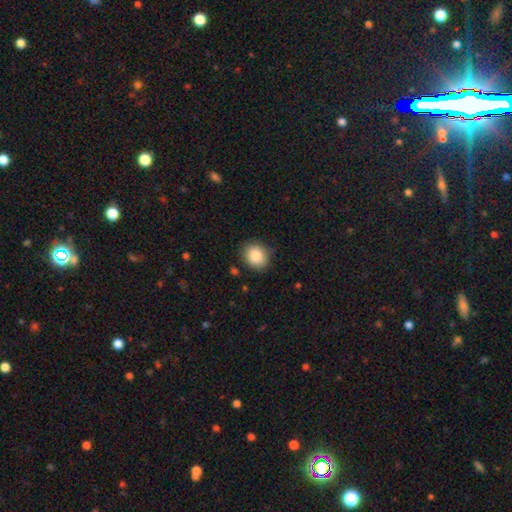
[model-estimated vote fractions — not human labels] A smooth galaxy with no disk features (87%) that is round (66%). Merging: none (84%).